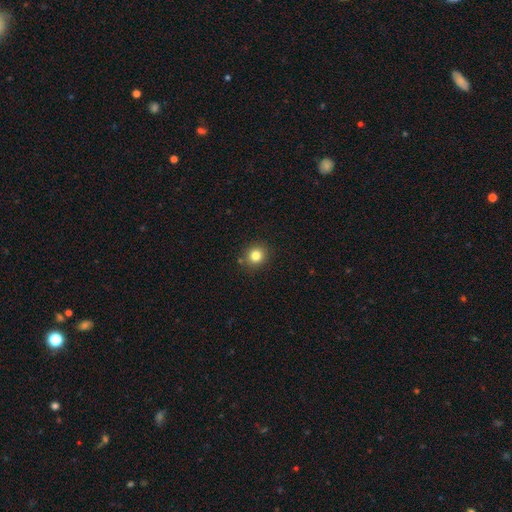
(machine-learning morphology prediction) Smooth or featured? Predicted: smooth (p=0.82). How rounded? Predicted: round (p=0.85). Merging? Predicted: none (p=0.87).